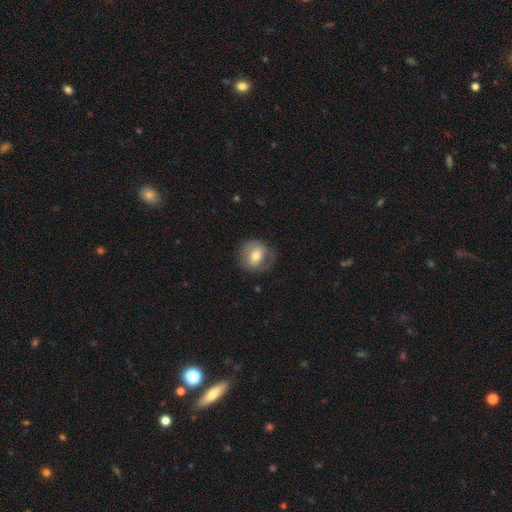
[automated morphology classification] A smooth galaxy with no disk features (63%) that is round (68%). Merging: none (71%).